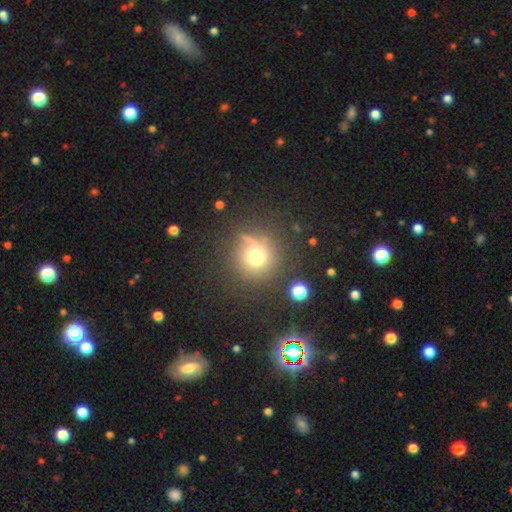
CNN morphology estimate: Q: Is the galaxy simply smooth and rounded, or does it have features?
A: smooth — 68%.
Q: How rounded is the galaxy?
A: round — 93%.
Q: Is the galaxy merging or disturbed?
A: none — 77%.